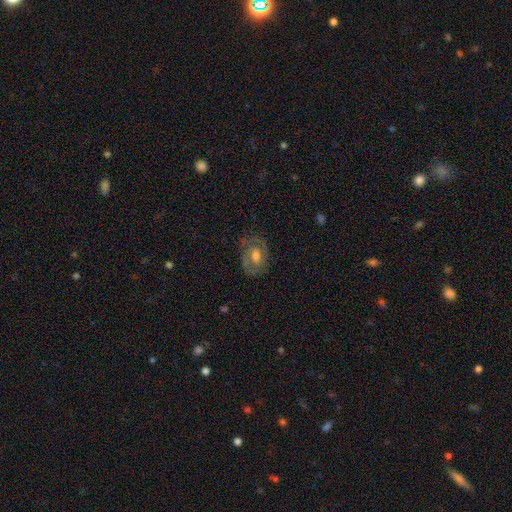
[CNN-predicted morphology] smooth_or_featured: featured or disk (p=0.72) [alt: smooth p=0.20]
disk_edge_on: no (p=0.96) [alt: yes p=0.04]
bar: no (p=0.55) [alt: weak p=0.36]
has_spiral_arms: yes (p=0.79) [alt: no p=0.21]
spiral_winding: tight (p=0.52) [alt: medium p=0.37]
spiral_arm_count: 2 (p=0.66) [alt: can't tell p=0.19]
bulge_size: moderate (p=0.64) [alt: large p=0.18]
merging: none (p=0.74) [alt: minor disturbance p=0.17]